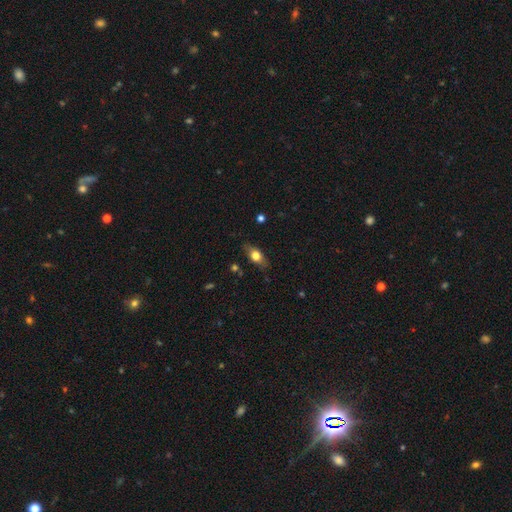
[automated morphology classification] smooth 67%, featured or disk 26%, star or artifact 8%. Down the decision tree: how rounded — in between (76%); merging — none (79%).